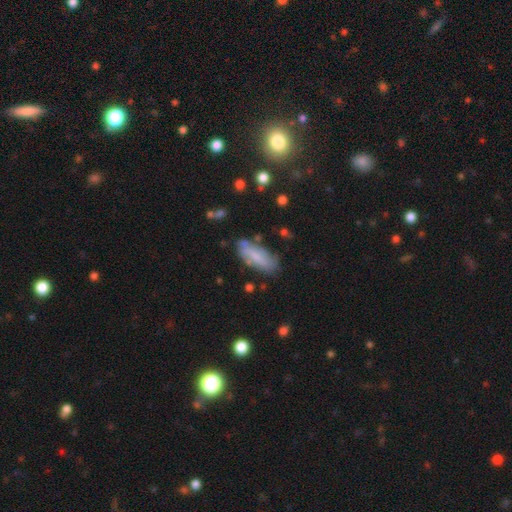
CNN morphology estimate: Smooth or featured?
  - smooth: 64% *
  - featured or disk: 28%
  - star or artifact: 8%
How rounded?
  - in between: 70% *
  - cigar-shaped: 27%
  - round: 2%
Merging?
  - none: 71% *
  - minor disturbance: 20%
  - major disturbance: 5%
  - merger: 4%